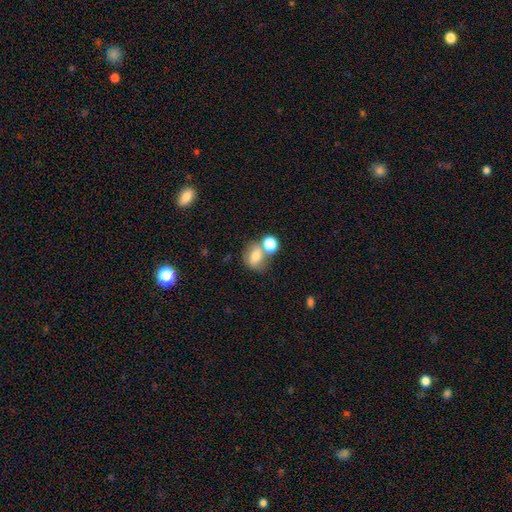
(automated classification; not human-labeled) smooth 71%, featured or disk 18%, star or artifact 11%. Down the decision tree: how rounded — in between (52%); merging — none (42%).